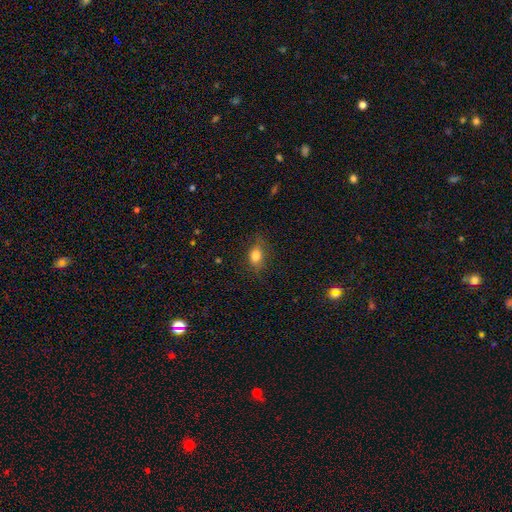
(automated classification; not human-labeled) Smooth or featured: smooth — 81% (star or artifact — 10%)
How rounded: in between — 71% (round — 27%)
Merging: none — 73% (minor disturbance — 19%)